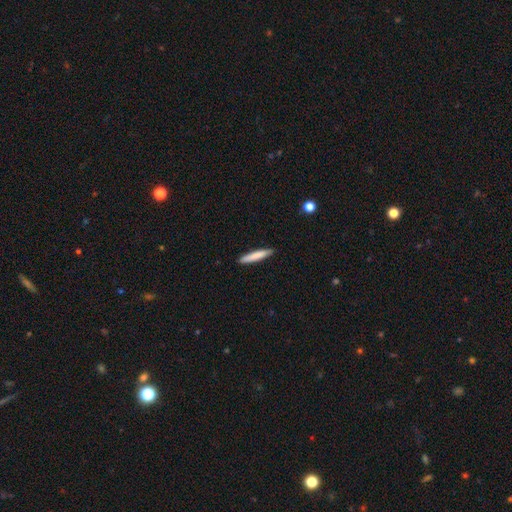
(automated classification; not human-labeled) This appears to be a smooth galaxy with no disk features (80%) that is cigar-shaped (93%). Merging: none (90%).